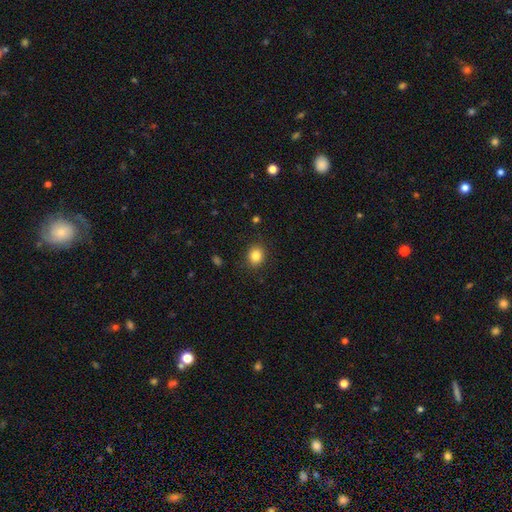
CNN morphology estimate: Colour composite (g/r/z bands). It shows a smooth galaxy with no disk features (84%) that is round (71%). Merging: none (88%).